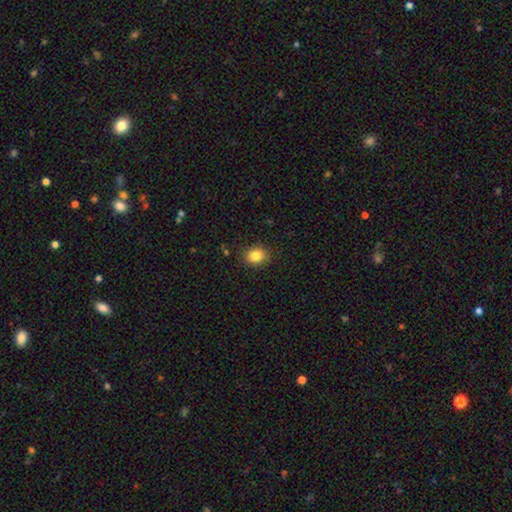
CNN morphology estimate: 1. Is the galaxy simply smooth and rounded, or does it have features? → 84% smooth, 10% star or artifact, 6% featured or disk.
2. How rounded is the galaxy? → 57% round, 42% in between, 1% cigar-shaped.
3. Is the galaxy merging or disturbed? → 88% none, 9% minor disturbance, 2% major disturbance, 1% merger.